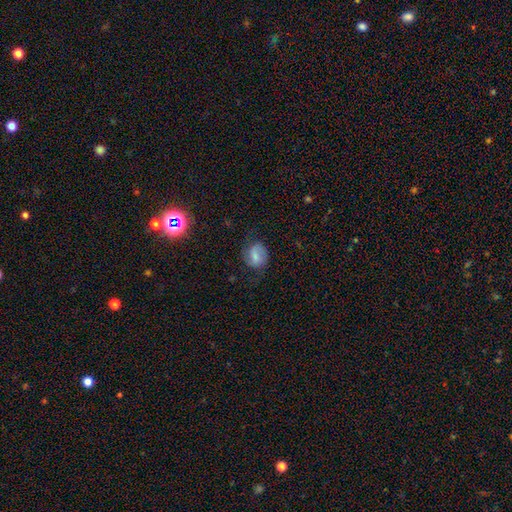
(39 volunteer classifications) Smooth or featured?
  - smooth: 51% *
  - featured or disk: 49%
  - star or artifact: 0%
How rounded?
  - round: 50% *
  - in between: 45%
  - cigar-shaped: 5%
Merging?
  - none: 74% *
  - major disturbance: 15%
  - minor disturbance: 10%
  - merger: 0%